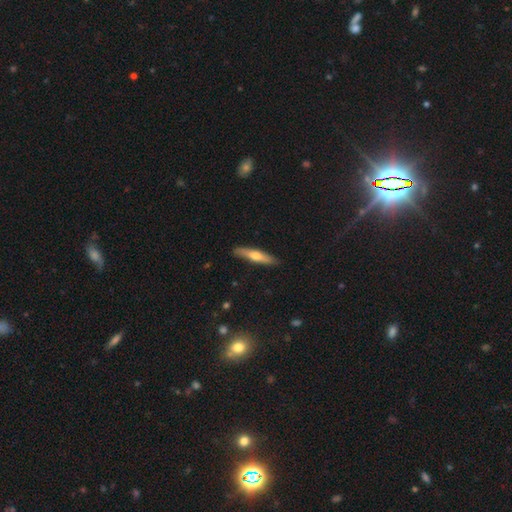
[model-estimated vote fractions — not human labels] Overall: smooth (52%; featured or disk 43%). How rounded: cigar-shaped (85%). Merging: none (88%).